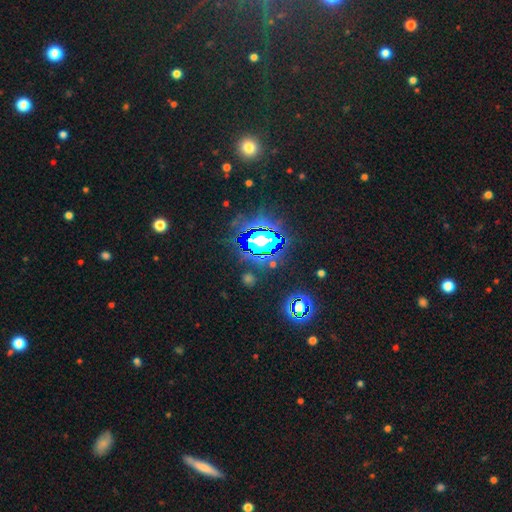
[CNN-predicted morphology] Smooth or featured? Predicted: star or artifact (p=0.82).